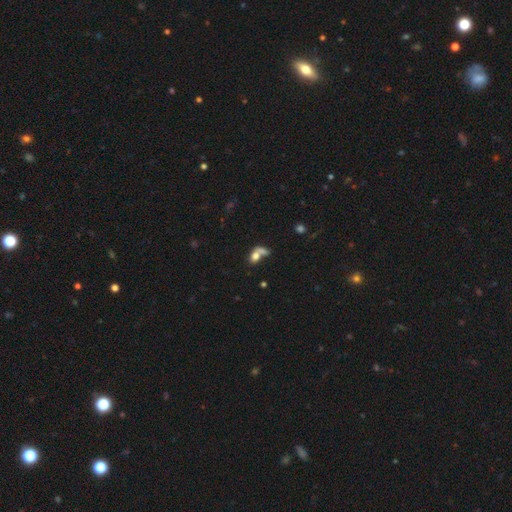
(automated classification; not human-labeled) smooth-or-featured: smooth: 71% | featured or disk: 17% | star or artifact: 13%
  how-rounded: in between: 64% | round: 32% | cigar-shaped: 5%
  merging: merger: 53% | none: 26% | major disturbance: 11% | minor disturbance: 10%